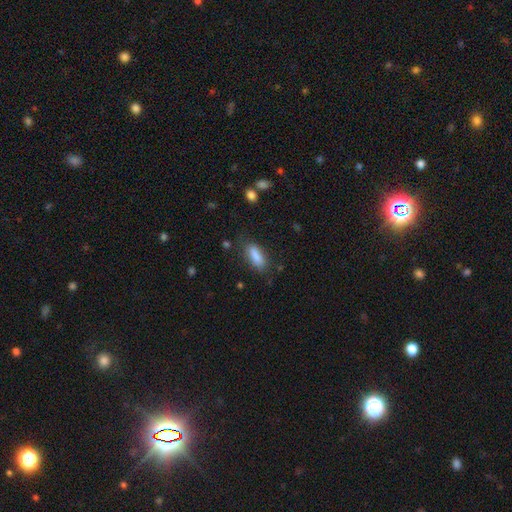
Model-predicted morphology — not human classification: This appears to be a smooth galaxy with no disk features (85%) that is in between round and cigar-shaped (65%). Merging: none (76%).